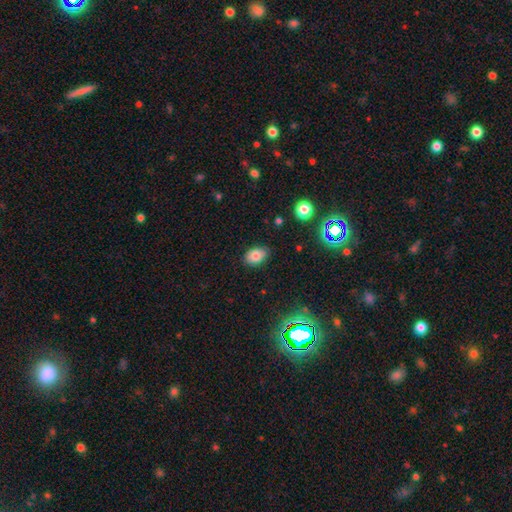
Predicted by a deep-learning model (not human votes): A smooth galaxy with no disk features (79%) that is in between round and cigar-shaped (84%). Merging: none (83%).